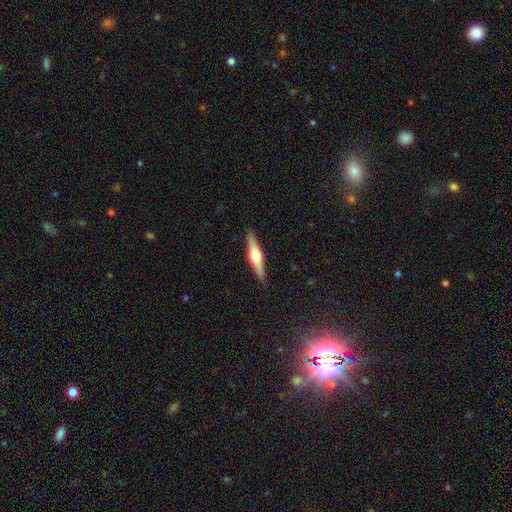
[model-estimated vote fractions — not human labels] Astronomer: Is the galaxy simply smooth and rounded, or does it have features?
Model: featured or disk — 61%.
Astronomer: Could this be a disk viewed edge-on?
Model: yes — 97%.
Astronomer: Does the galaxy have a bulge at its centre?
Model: rounded — 92%.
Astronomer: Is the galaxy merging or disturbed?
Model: none — 90%.